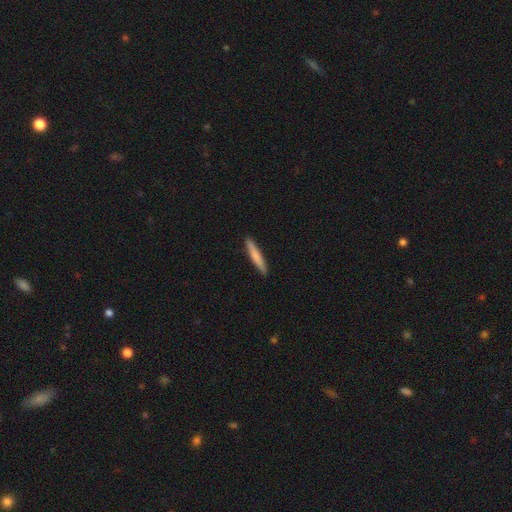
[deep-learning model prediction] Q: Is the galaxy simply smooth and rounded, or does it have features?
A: smooth — 73%.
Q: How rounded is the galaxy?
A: cigar-shaped — 94%.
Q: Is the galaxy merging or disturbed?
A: none — 91%.